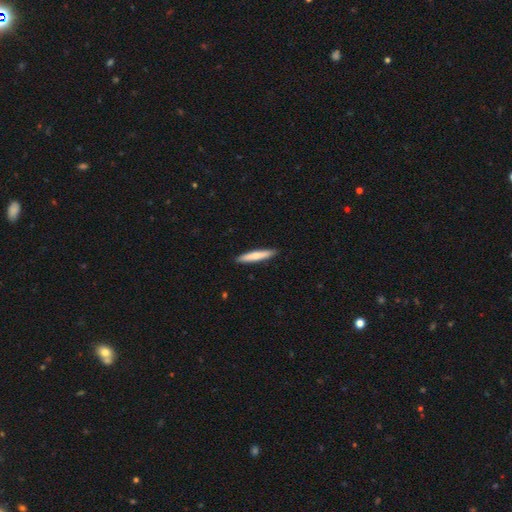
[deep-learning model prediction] This is likely a smooth galaxy (72%). How rounded: clearly cigar-shaped (92%). Merging: clearly none (91%).